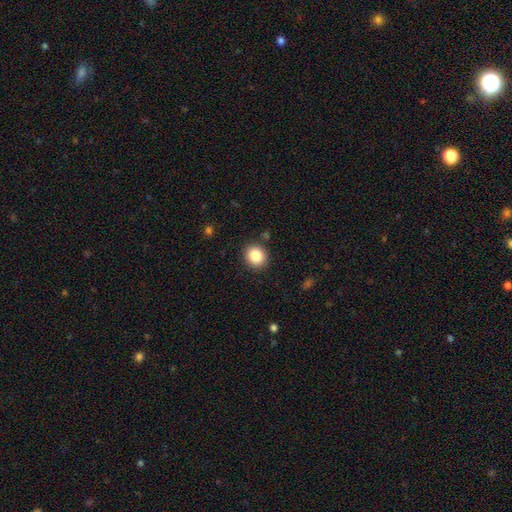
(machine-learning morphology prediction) Q: Smooth or featured?
A: smooth (87%); runner-up: star or artifact (9%)
Q: How rounded?
A: round (76%); runner-up: in between (23%)
Q: Merging?
A: none (88%); runner-up: minor disturbance (8%)